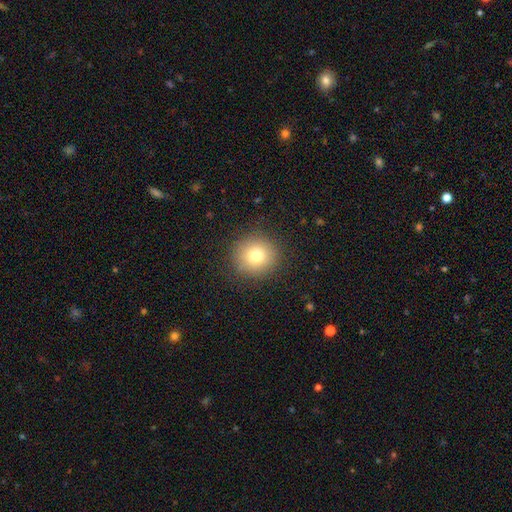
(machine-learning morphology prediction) smooth-or-featured: smooth: 77% | star or artifact: 13% | featured or disk: 11%
  how-rounded: round: 93% | in between: 6% | cigar-shaped: 1%
  merging: none: 89% | minor disturbance: 7% | major disturbance: 3% | merger: 1%